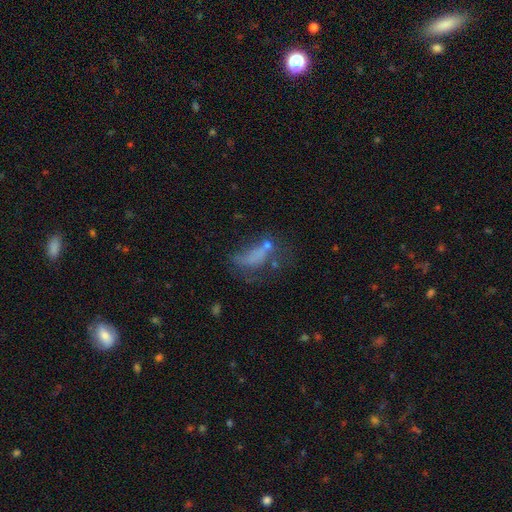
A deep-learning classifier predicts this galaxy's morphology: This appears to be a smooth galaxy with no disk features (44%). Merging: major disturbance (40%).